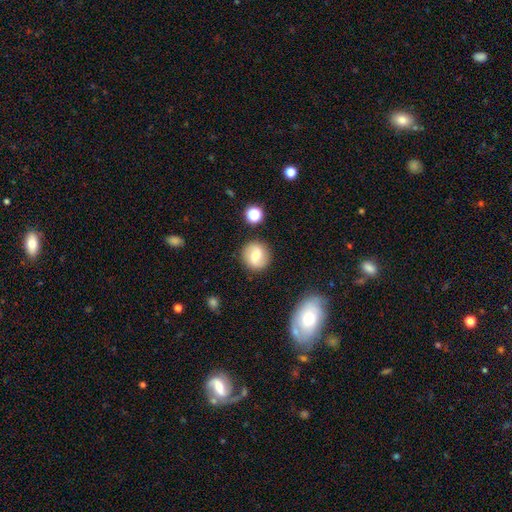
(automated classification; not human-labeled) Smooth or featured? smooth (59%)
How rounded? round (90%)
Merging? none (86%)